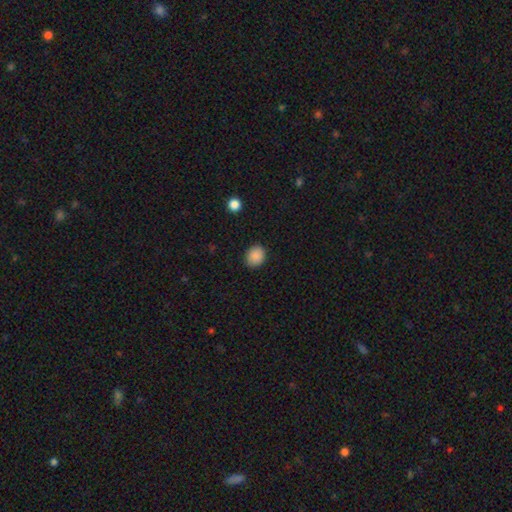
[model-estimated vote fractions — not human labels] Q: Smooth or featured?
A: smooth (89%); runner-up: star or artifact (8%)
Q: How rounded?
A: round (62%); runner-up: in between (38%)
Q: Merging?
A: none (89%); runner-up: minor disturbance (8%)